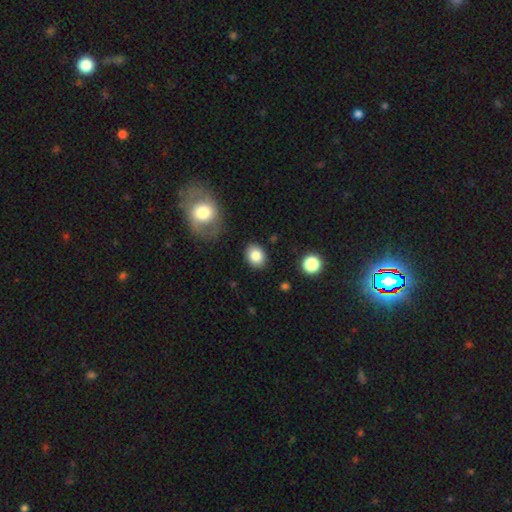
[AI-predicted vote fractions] Overall: smooth (84%). How rounded: round (50%; in between 49%). Merging: none (87%).